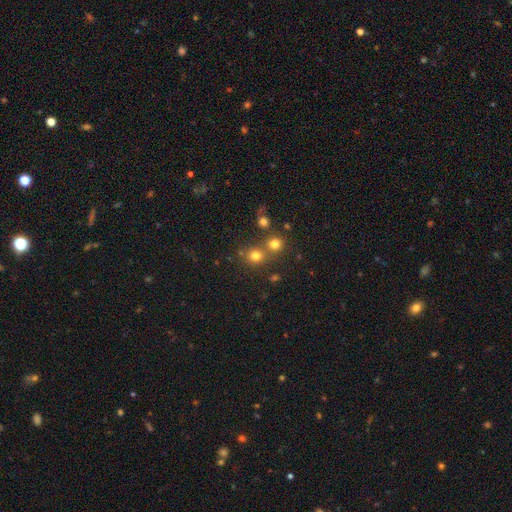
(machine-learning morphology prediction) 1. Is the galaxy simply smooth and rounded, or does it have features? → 75% smooth, 18% star or artifact, 7% featured or disk.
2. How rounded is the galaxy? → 86% round, 13% in between, 1% cigar-shaped.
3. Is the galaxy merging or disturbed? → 63% none, 26% merger, 7% minor disturbance, 3% major disturbance.